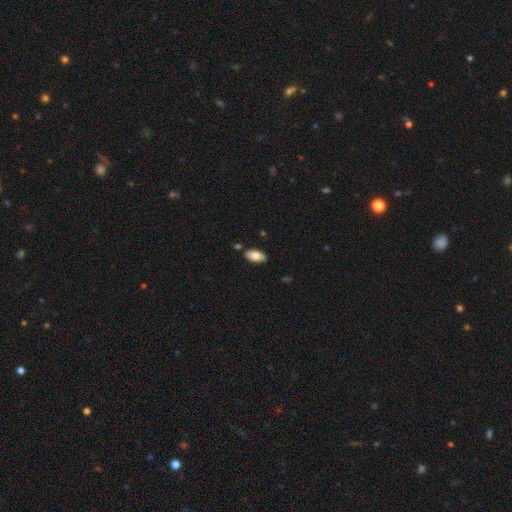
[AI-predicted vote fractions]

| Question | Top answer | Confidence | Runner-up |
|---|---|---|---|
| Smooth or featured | smooth | 77% | featured or disk (16%) |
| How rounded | in between | 94% | cigar-shaped (4%) |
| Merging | none | 83% | minor disturbance (11%) |